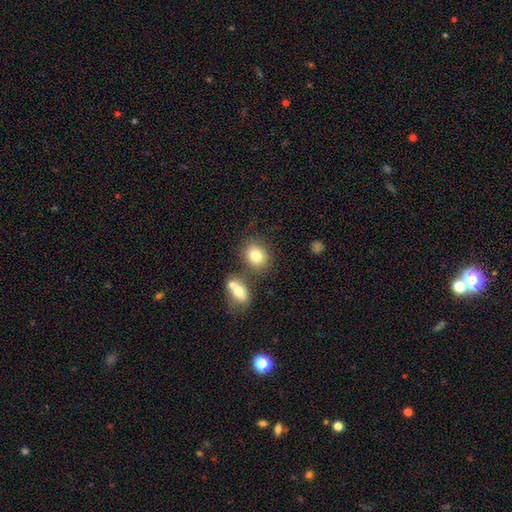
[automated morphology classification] Smooth or featured?
  - smooth: 81% *
  - featured or disk: 10%
  - star or artifact: 10%
How rounded?
  - round: 53% *
  - in between: 46%
  - cigar-shaped: 1%
Merging?
  - none: 66% *
  - merger: 17%
  - minor disturbance: 12%
  - major disturbance: 4%